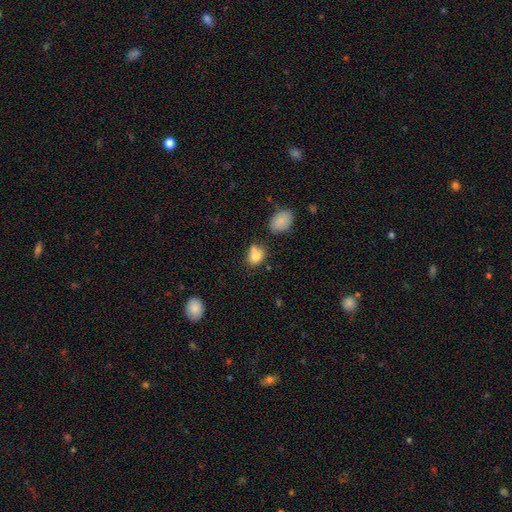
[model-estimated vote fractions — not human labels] Smooth or featured? Predicted: smooth (p=0.80). How rounded? Predicted: in between (p=0.57). Merging? Predicted: none (p=0.49).